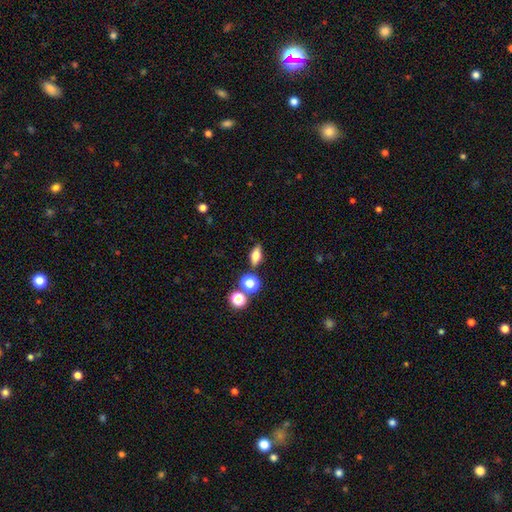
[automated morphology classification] smooth-or-featured: smooth: 64% | featured or disk: 24% | star or artifact: 12%
  how-rounded: in between: 68% | cigar-shaped: 16% | round: 15%
  merging: none: 81% | minor disturbance: 11% | merger: 5% | major disturbance: 3%